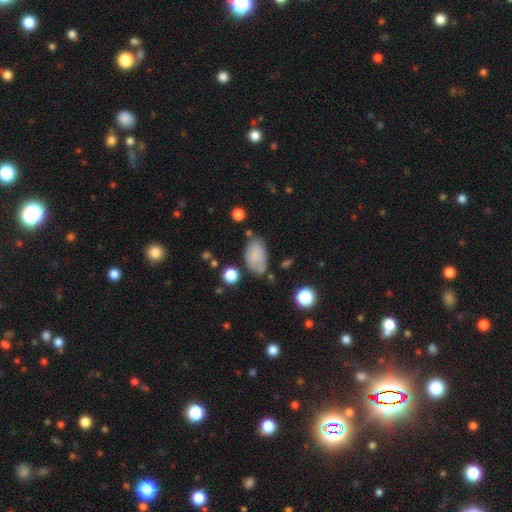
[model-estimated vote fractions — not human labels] smooth-or-featured: smooth: 77% | featured or disk: 15% | star or artifact: 8%
  how-rounded: in between: 93% | round: 5% | cigar-shaped: 2%
  merging: none: 58% | minor disturbance: 27% | major disturbance: 8% | merger: 7%